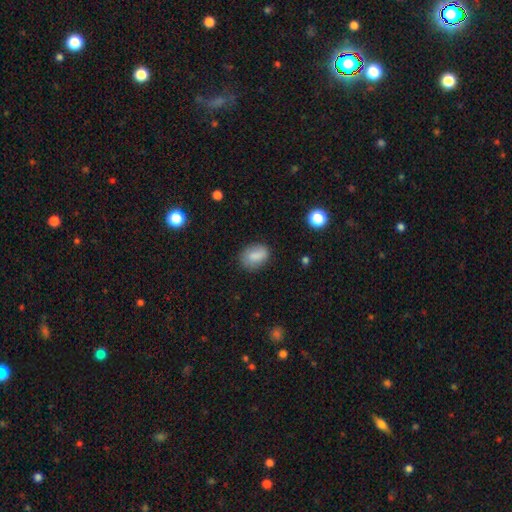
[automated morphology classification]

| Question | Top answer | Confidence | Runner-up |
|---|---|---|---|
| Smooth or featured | smooth | 83% | featured or disk (9%) |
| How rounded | in between | 78% | round (21%) |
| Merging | none | 75% | minor disturbance (19%) |